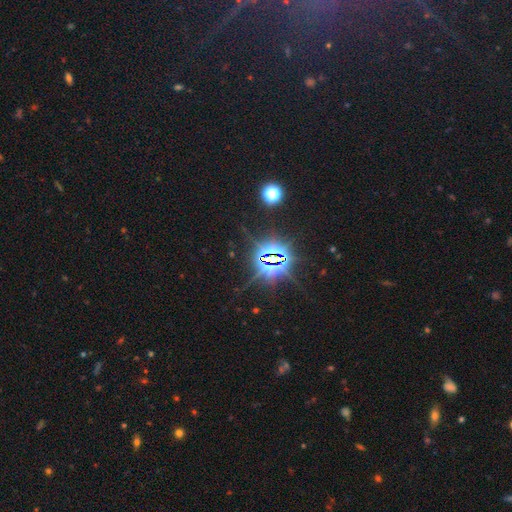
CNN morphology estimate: Q: Smooth or featured?
A: star or artifact (84%); runner-up: smooth (10%)